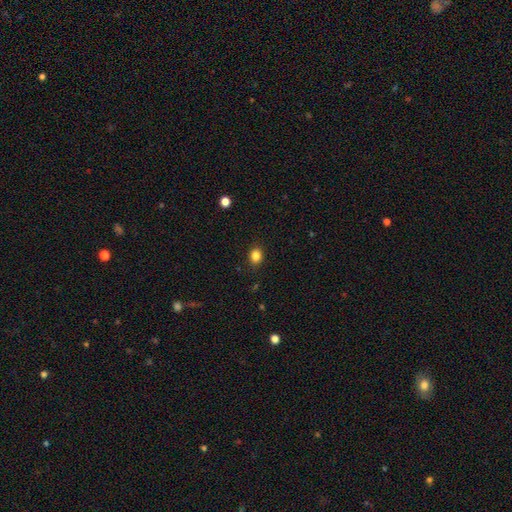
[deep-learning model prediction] A smooth galaxy with no disk features (85%) that is round (51%).

Vote fractions:
- Smooth or featured? smooth: 85% / star or artifact: 11% / featured or disk: 4%
- How rounded? round: 51% / in between: 48% / cigar-shaped: 1%
- Merging? none: 89% / minor disturbance: 8% / major disturbance: 2% / merger: 1%